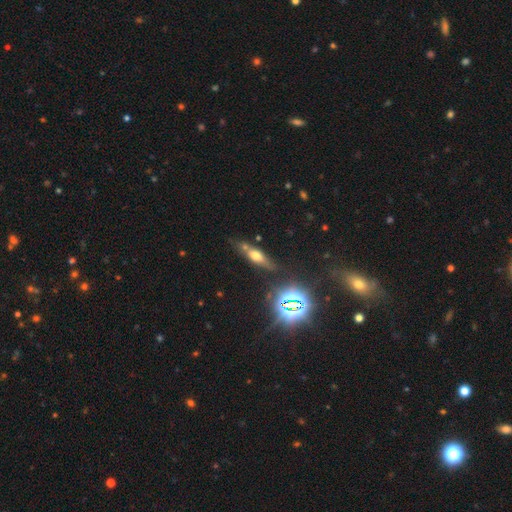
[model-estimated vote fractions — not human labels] A smooth galaxy with no disk features (42%). Merging: none (64%).